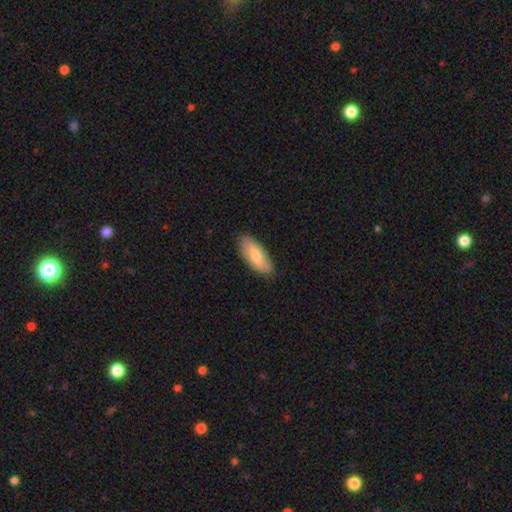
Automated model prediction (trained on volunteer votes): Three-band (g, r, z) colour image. It shows a smooth galaxy with no disk features (70%) that is in between round and cigar-shaped (81%). Merging: none (85%).